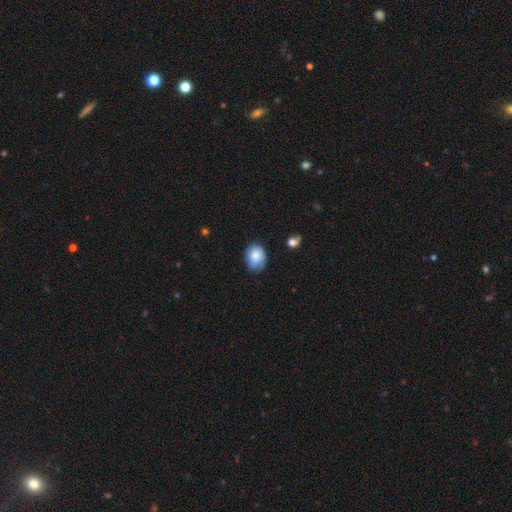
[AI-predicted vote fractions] This is clearly a smooth galaxy (83%). How rounded: likely in between (63%). Merging: likely none (64%).